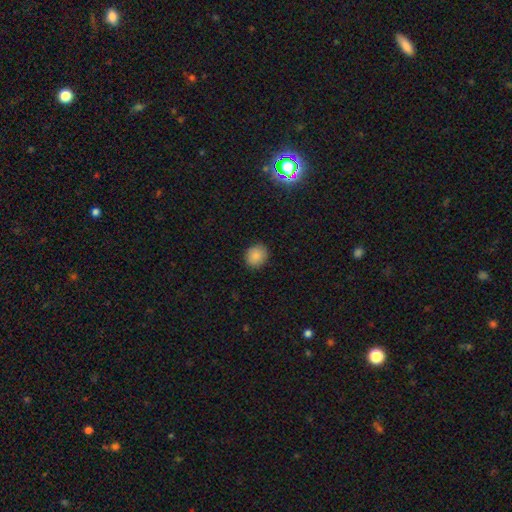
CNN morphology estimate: Smooth or featured? Predicted: smooth (p=0.86). How rounded? Predicted: round (p=0.81). Merging? Predicted: none (p=0.88).